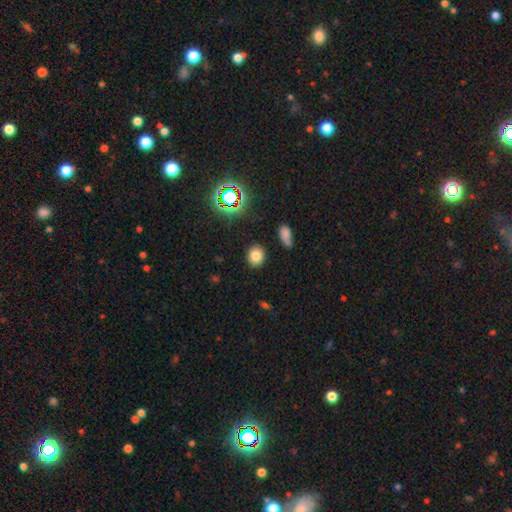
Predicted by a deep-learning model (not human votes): A smooth galaxy with no disk features (76%) that is round (71%). Merging: none (88%).